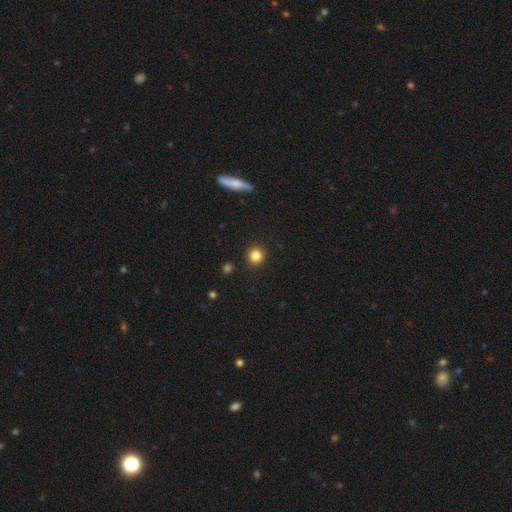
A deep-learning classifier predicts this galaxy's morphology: smooth_or_featured: smooth (p=0.83) [alt: star or artifact p=0.11]
how_rounded: round (p=0.93) [alt: in between p=0.06]
merging: none (p=0.92) [alt: minor disturbance p=0.05]